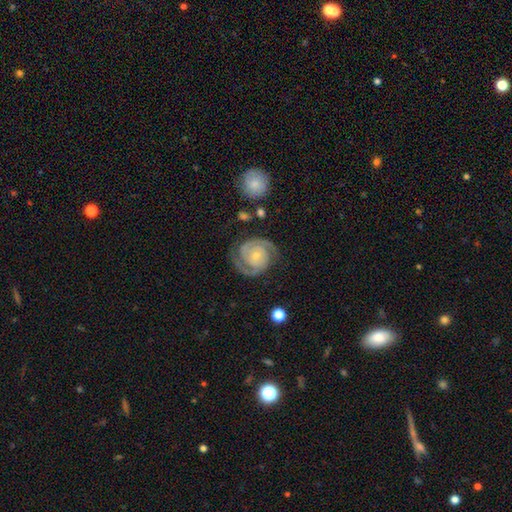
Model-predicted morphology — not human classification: type=featured or disk (91%); edge-on=no (98%); bar=no (72%); spiral arms=yes (98%); winding=tight (66%); arm count=2 (90%); bulge=small (66%); merging=none (79%).